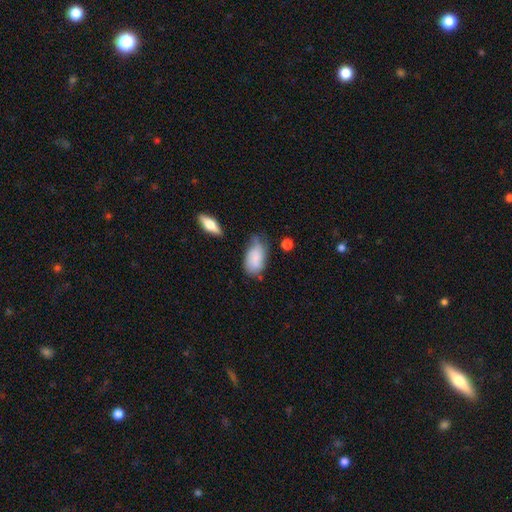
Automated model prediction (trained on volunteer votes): Smooth or featured?
  - smooth: 76% *
  - featured or disk: 17%
  - star or artifact: 7%
How rounded?
  - in between: 93% *
  - round: 4%
  - cigar-shaped: 3%
Merging?
  - none: 44% *
  - minor disturbance: 39%
  - major disturbance: 11%
  - merger: 6%